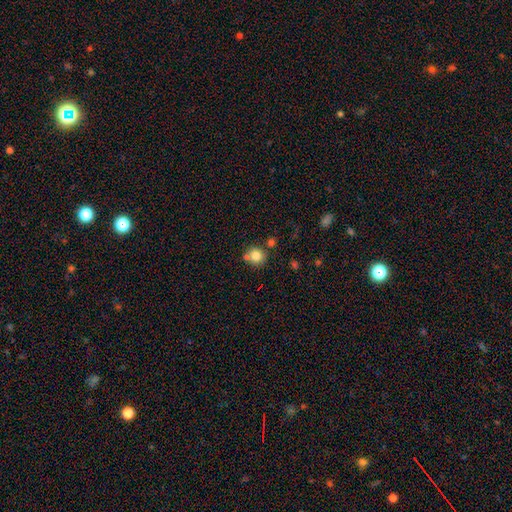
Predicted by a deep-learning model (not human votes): Smooth or featured: smooth — 81% (star or artifact — 11%)
How rounded: round — 89% (in between — 10%)
Merging: none — 66% (merger — 20%)